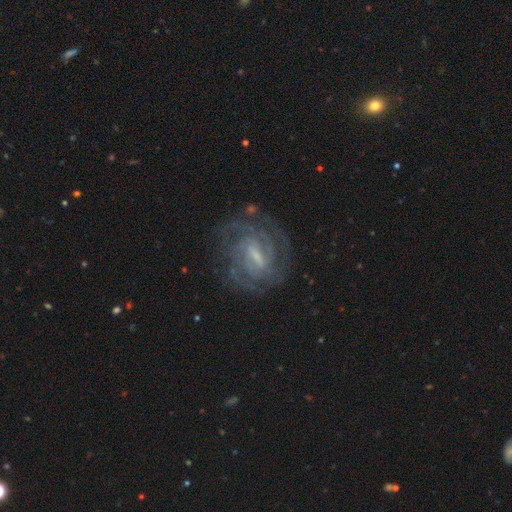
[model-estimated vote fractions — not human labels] The model was most divided on "bar": weak: 47%, strong: 41%, no: 12%. Remaining: edge-on disk — no (96%); spiral arms — yes (94%); smooth or featured — featured or disk (85%); merging — none (74%); spiral winding — tight (64%); bulge size — small (49%); spiral arm count — can't tell (34%).